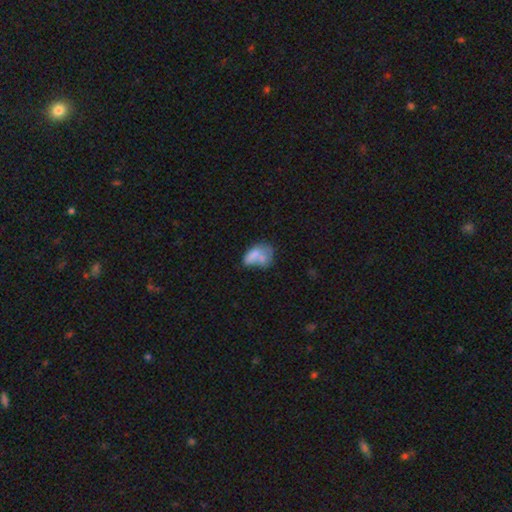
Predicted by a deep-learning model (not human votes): smooth-or-featured: smooth: 63% | featured or disk: 27% | star or artifact: 10%
  how-rounded: in between: 80% | round: 16% | cigar-shaped: 3%
  merging: merger: 29% | none: 26% | major disturbance: 23% | minor disturbance: 22%